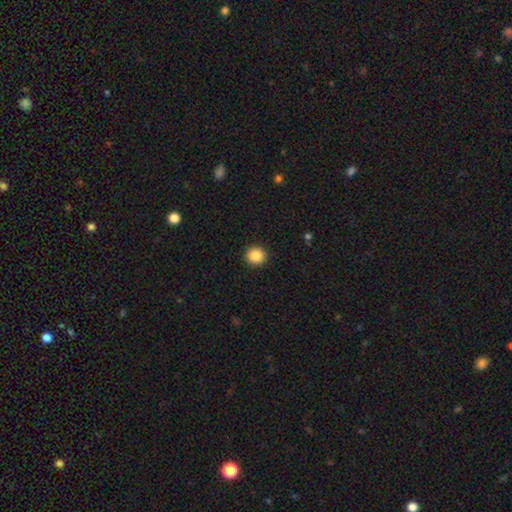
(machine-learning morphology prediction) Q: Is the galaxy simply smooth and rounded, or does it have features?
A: smooth — 88%.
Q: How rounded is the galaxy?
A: round — 91%.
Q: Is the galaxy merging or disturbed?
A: none — 92%.